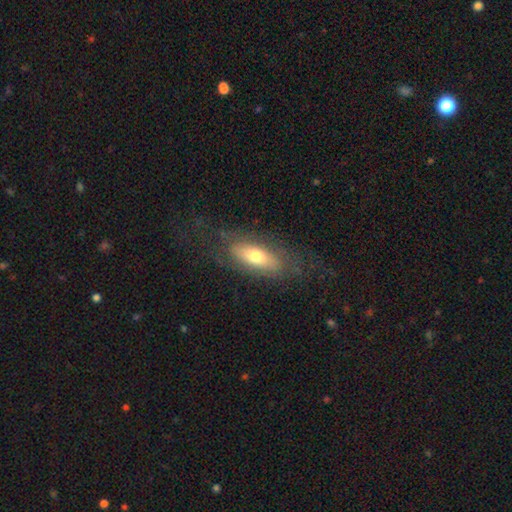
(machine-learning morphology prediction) Smooth or featured?
  - smooth: 58% *
  - featured or disk: 35%
  - star or artifact: 7%
How rounded?
  - in between: 74% *
  - cigar-shaped: 22%
  - round: 4%
Merging?
  - none: 71% *
  - minor disturbance: 17%
  - major disturbance: 11%
  - merger: 1%